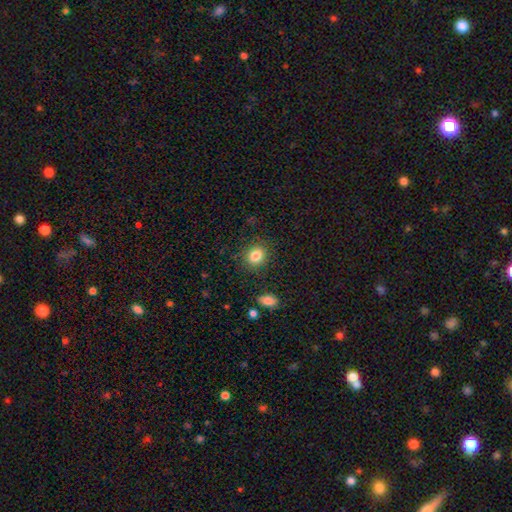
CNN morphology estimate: smooth-or-featured: smooth: 84% | star or artifact: 10% | featured or disk: 6%
  how-rounded: round: 62% | in between: 37% | cigar-shaped: 1%
  merging: none: 86% | minor disturbance: 9% | major disturbance: 3% | merger: 2%